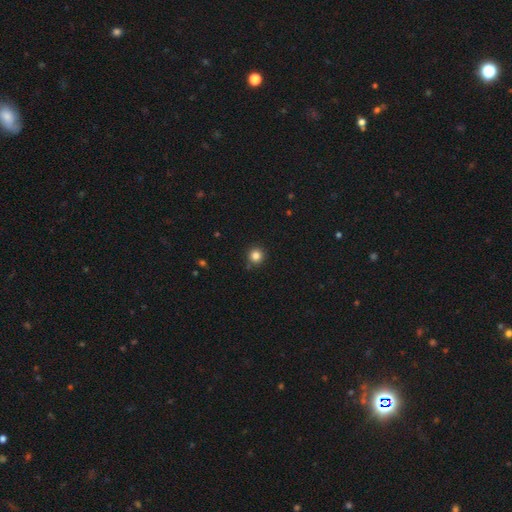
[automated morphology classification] smooth-or-featured: smooth: 84% | star or artifact: 12% | featured or disk: 4%
  how-rounded: round: 94% | in between: 5% | cigar-shaped: 1%
  merging: none: 88% | minor disturbance: 8% | merger: 2% | major disturbance: 2%